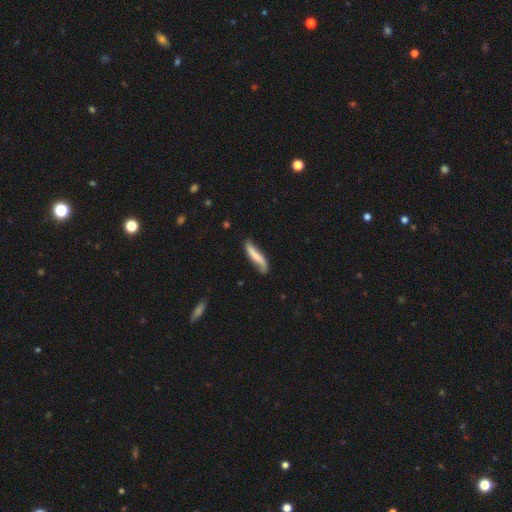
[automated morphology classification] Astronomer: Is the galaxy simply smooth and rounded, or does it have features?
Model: smooth — 59% (runner-up: featured or disk, 35%).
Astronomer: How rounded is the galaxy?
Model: cigar-shaped — 82%.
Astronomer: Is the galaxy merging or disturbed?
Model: none — 61%.